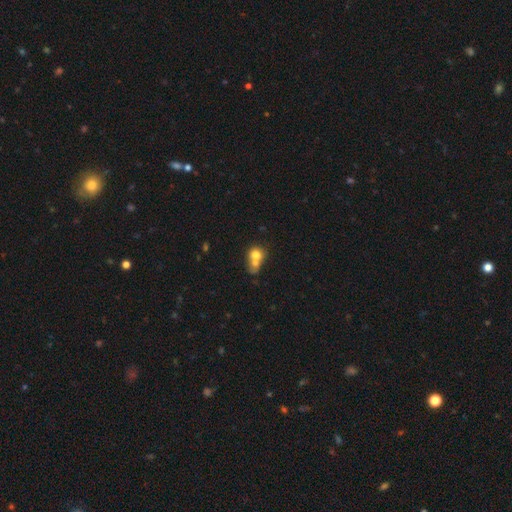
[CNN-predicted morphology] Smooth or featured?
  - smooth: 71% *
  - featured or disk: 19%
  - star or artifact: 10%
How rounded?
  - round: 68% *
  - in between: 31%
  - cigar-shaped: 1%
Merging?
  - merger: 70% *
  - none: 19%
  - minor disturbance: 6%
  - major disturbance: 4%